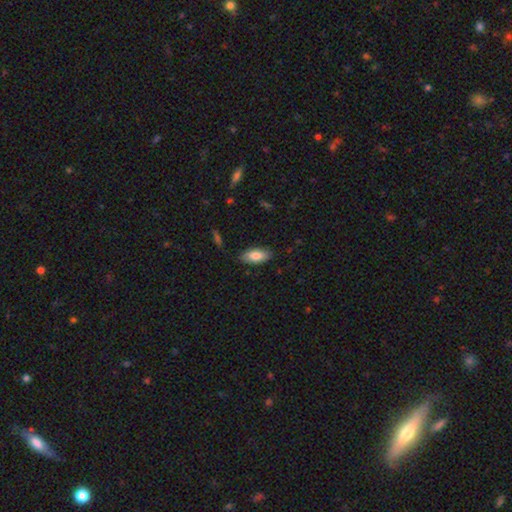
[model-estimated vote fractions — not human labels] Smooth or featured?
  - smooth: 80% *
  - featured or disk: 13%
  - star or artifact: 7%
How rounded?
  - in between: 88% *
  - cigar-shaped: 10%
  - round: 2%
Merging?
  - none: 85% *
  - minor disturbance: 11%
  - major disturbance: 2%
  - merger: 1%